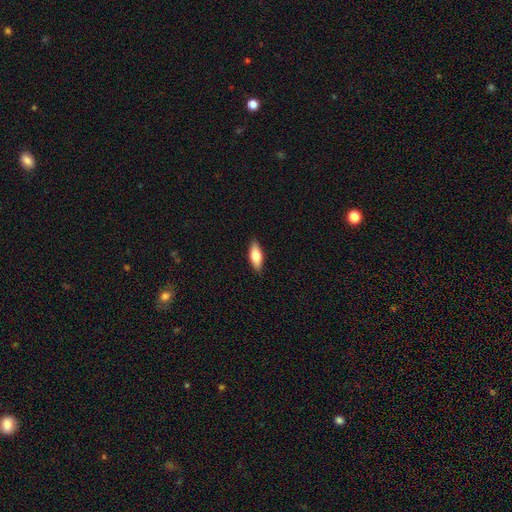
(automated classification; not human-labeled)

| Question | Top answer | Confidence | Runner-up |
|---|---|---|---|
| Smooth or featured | smooth | 74% | featured or disk (20%) |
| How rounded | in between | 72% | cigar-shaped (26%) |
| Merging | none | 88% | minor disturbance (9%) |